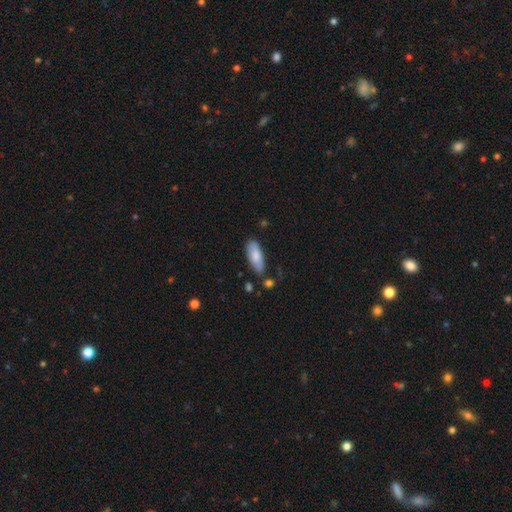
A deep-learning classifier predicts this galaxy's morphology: Smooth or featured: smooth — 81% (featured or disk — 13%)
How rounded: in between — 75% (cigar-shaped — 24%)
Merging: none — 78% (minor disturbance — 15%)